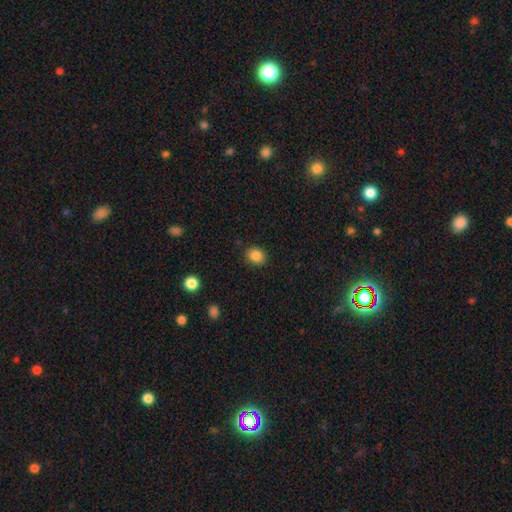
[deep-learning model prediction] smooth_or_featured: smooth (p=0.86) [alt: star or artifact p=0.10]
how_rounded: round (p=0.55) [alt: in between p=0.44]
merging: none (p=0.88) [alt: minor disturbance p=0.08]